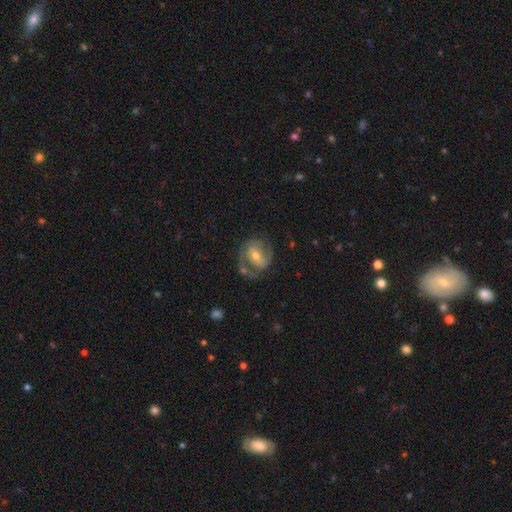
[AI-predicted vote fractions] smooth-or-featured: featured or disk: 74% | smooth: 19% | star or artifact: 6%
  disk-edge-on: no: 97% | yes: 3%
    bar: weak: 44% | no: 30% | strong: 26%
    has-spiral-arms: yes: 88% | no: 12%
      spiral-winding: medium: 48% | tight: 34% | loose: 18%
      spiral-arm-count: 2: 76% | can't tell: 10% | 1: 8% | 3: 4% | 4: 1% | more than 4: 1%
    bulge-size: moderate: 57% | small: 37% | large: 4% | none: 1% | dominant: 1%
  merging: none: 57% | minor disturbance: 19% | major disturbance: 17% | merger: 7%